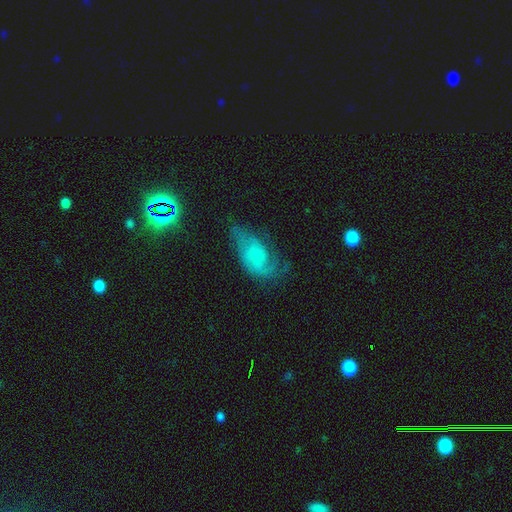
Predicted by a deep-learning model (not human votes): This is likely a featured or disk galaxy (68%). It is clearly not viewed edge-on (96%). Bar: likely no (71%). Spiral arm pattern: clearly yes (89%). Spiral arm count: possibly 2 (52%). Spiral winding: marginally medium (44%). Central bulge: possibly small (57%). Merging: possibly none (47%).